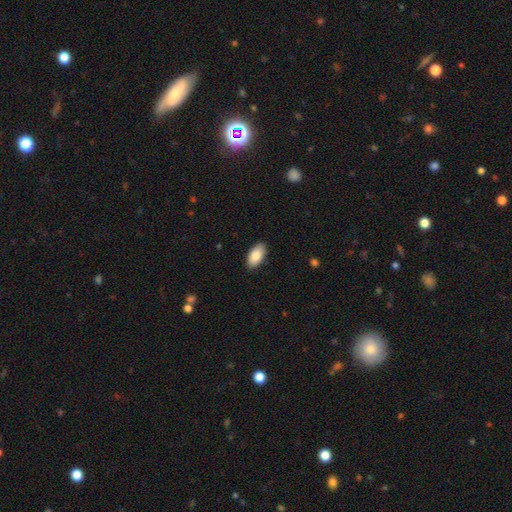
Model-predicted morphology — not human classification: Overall: smooth (85%). How rounded: in between (95%). Merging: none (88%).